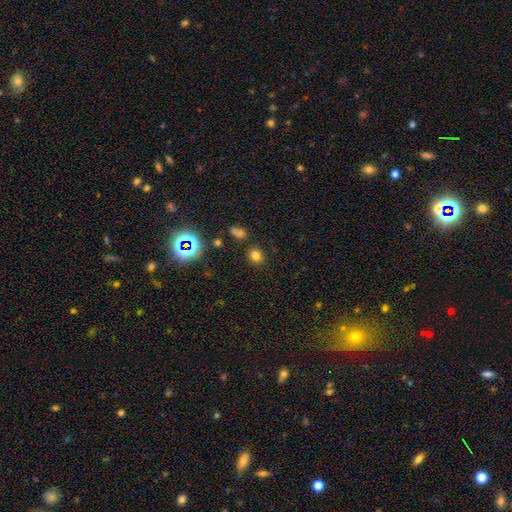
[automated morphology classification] This appears to be a smooth galaxy with no disk features (73%) that is round (76%). Merging: none (83%).